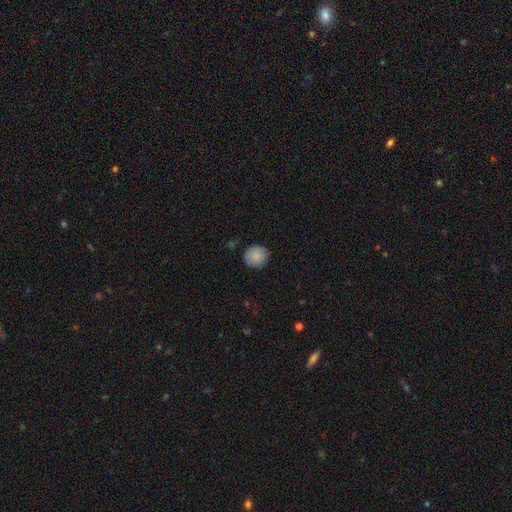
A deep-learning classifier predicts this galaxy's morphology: Smooth or featured? Predicted: smooth (p=0.86). How rounded? Predicted: round (p=0.87). Merging? Predicted: none (p=0.83).